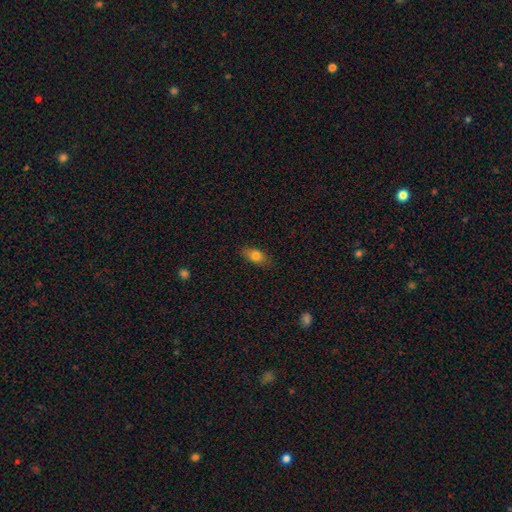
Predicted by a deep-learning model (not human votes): Morphology: type=smooth (77%); roundness=in between (83%); merging=none (82%).